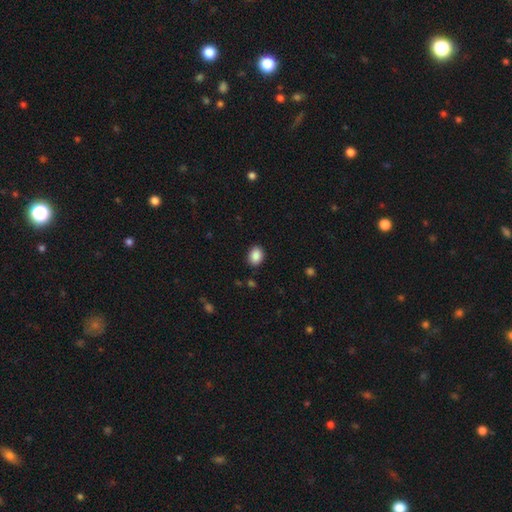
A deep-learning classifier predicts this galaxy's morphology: Smooth or featured? smooth (89%)
How rounded? in between (59%)
Merging? none (88%)